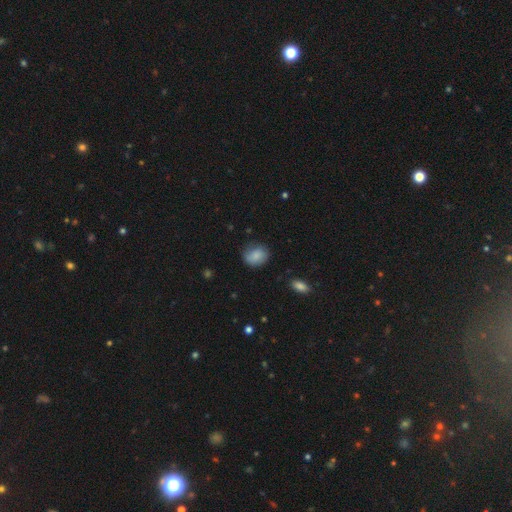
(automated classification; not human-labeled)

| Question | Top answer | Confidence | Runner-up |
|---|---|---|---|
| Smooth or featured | smooth | 82% | featured or disk (10%) |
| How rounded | round | 55% | in between (44%) |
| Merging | none | 70% | minor disturbance (23%) |